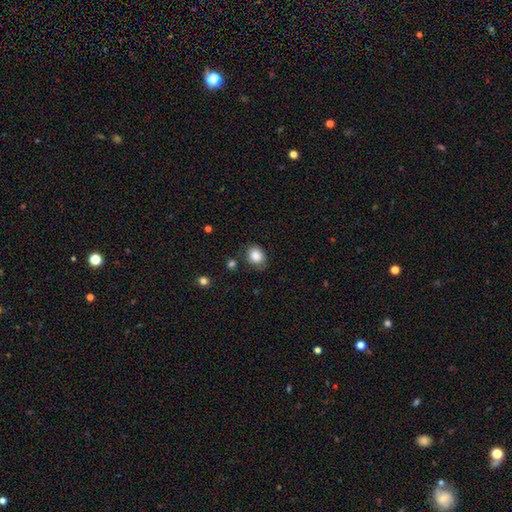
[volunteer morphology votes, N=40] Overall: smooth (98%). How rounded: round (54%; in between 46%). Merging: none (78%).